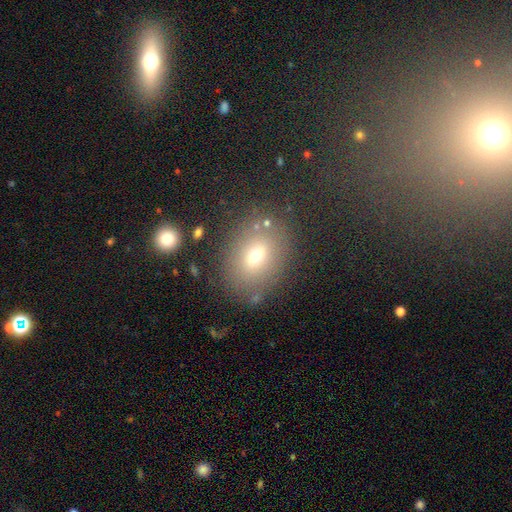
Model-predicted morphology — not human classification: This is likely a smooth galaxy (67%). How rounded: likely in between (64%). Merging: likely none (78%).